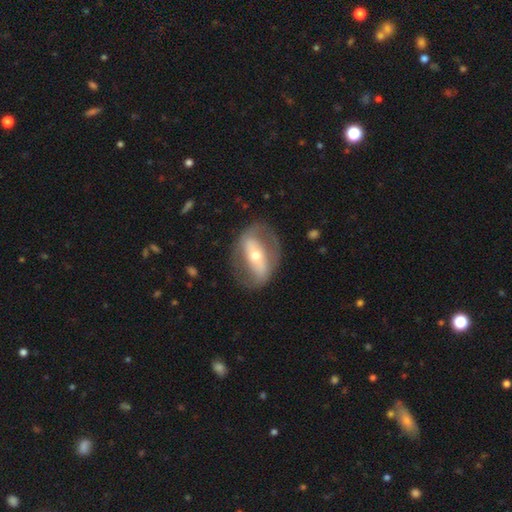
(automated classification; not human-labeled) smooth-or-featured: featured or disk: 72% | smooth: 22% | star or artifact: 5%
  disk-edge-on: no: 86% | yes: 14%
    bar: strong: 62% | no: 20% | weak: 18%
    has-spiral-arms: no: 53% | yes: 47%
    bulge-size: moderate: 51% | small: 42% | large: 5% | dominant: 1% | none: 1%
  merging: none: 74% | minor disturbance: 14% | major disturbance: 10% | merger: 1%